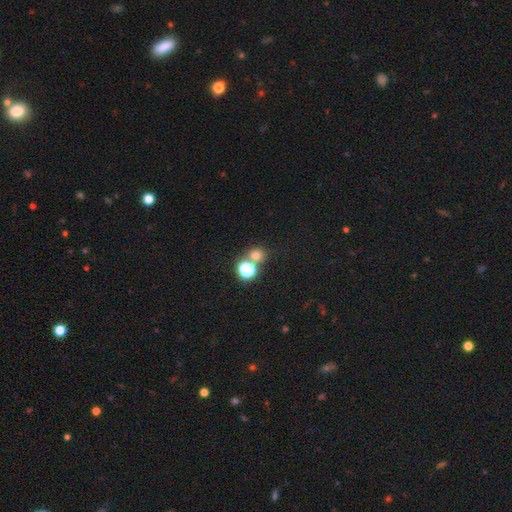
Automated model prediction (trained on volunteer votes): Smooth or featured? smooth (67%)
How rounded? round (84%)
Merging? none (64%)